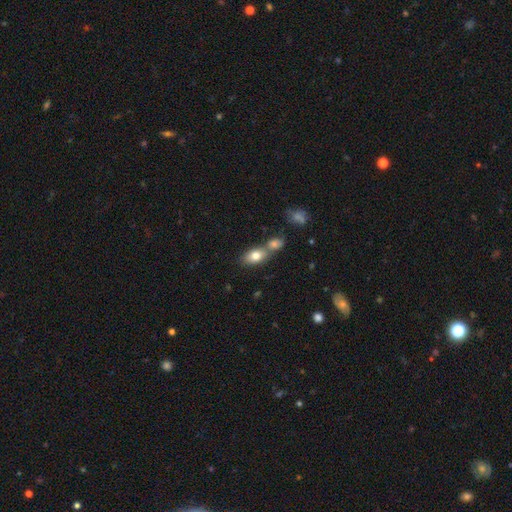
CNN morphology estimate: A smooth galaxy with no disk features (78%) that is in between round and cigar-shaped (86%). Merging: merger (44%).